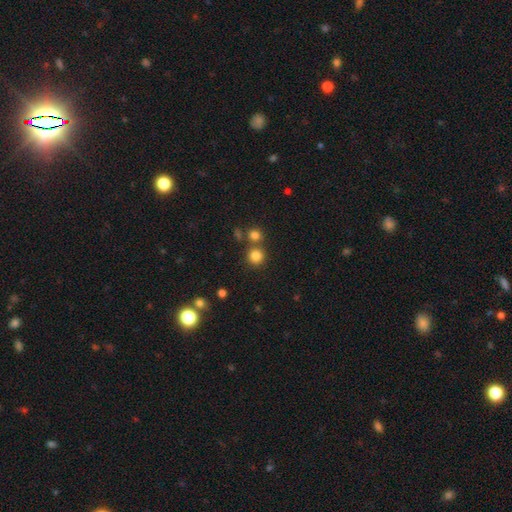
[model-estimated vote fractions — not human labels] A smooth galaxy with no disk features (82%) that is round (92%). Merging: none (74%).